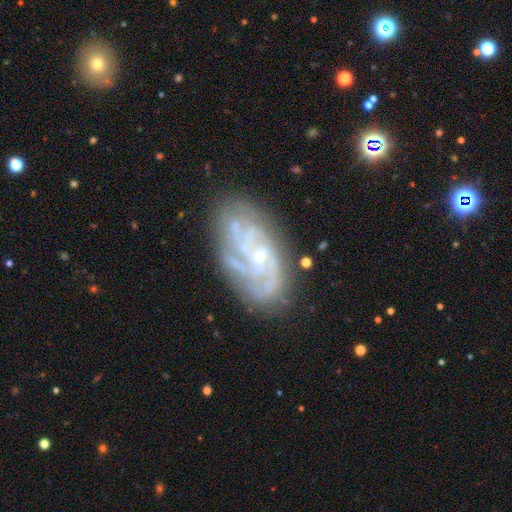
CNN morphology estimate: This appears to be a featured or disk galaxy (83%) with no bar (60%), tight (56%) spiral arms (94%) and a small central bulge (67%). Merging: none (74%).